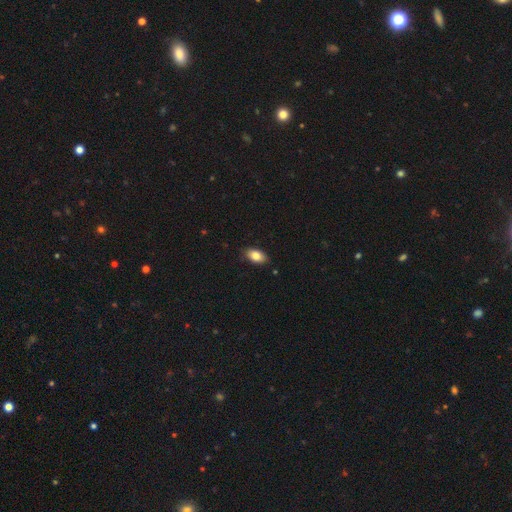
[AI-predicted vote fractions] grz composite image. It shows a smooth galaxy with no disk features (84%) that is in between round and cigar-shaped (91%). Merging: none (85%).